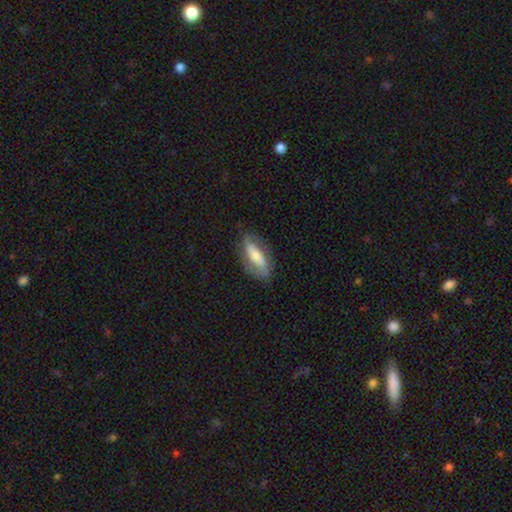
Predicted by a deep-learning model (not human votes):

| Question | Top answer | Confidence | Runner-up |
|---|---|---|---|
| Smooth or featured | featured or disk | 57% | smooth (36%) |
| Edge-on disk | no | 80% | yes (20%) |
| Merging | none | 78% | minor disturbance (16%) |